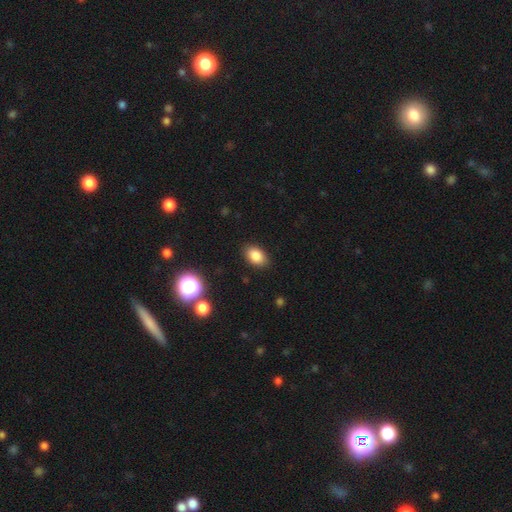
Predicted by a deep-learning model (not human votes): Smooth or featured: smooth — 84% (star or artifact — 10%)
How rounded: in between — 87% (round — 12%)
Merging: none — 87% (minor disturbance — 9%)